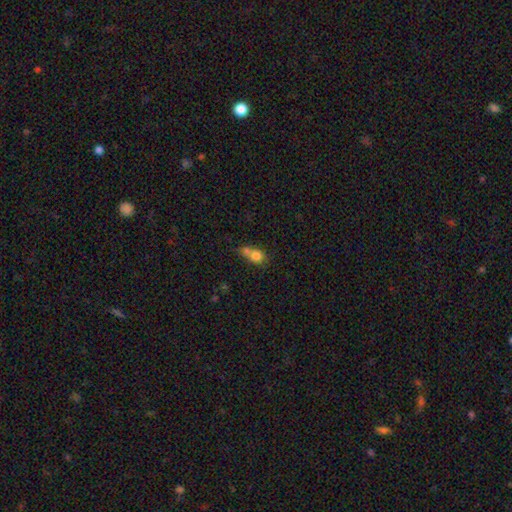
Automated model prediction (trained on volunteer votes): Smooth or featured?
  - smooth: 76% *
  - featured or disk: 14%
  - star or artifact: 10%
How rounded?
  - round: 66% *
  - in between: 32%
  - cigar-shaped: 2%
Merging?
  - merger: 59% *
  - none: 28%
  - minor disturbance: 9%
  - major disturbance: 4%